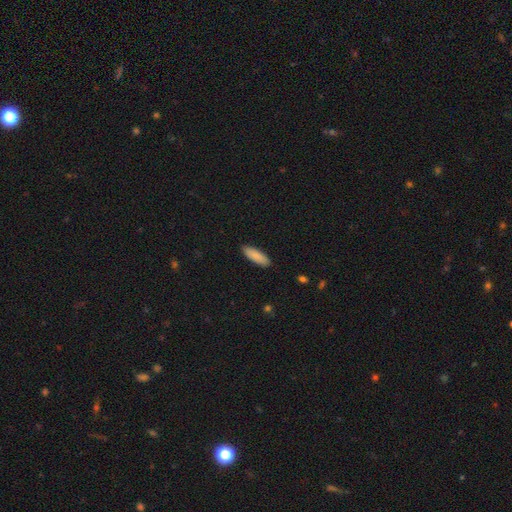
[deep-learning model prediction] Q: Smooth or featured?
A: smooth (88%); runner-up: featured or disk (6%)
Q: How rounded?
A: in between (54%); runner-up: cigar-shaped (44%)
Q: Merging?
A: none (89%); runner-up: minor disturbance (8%)